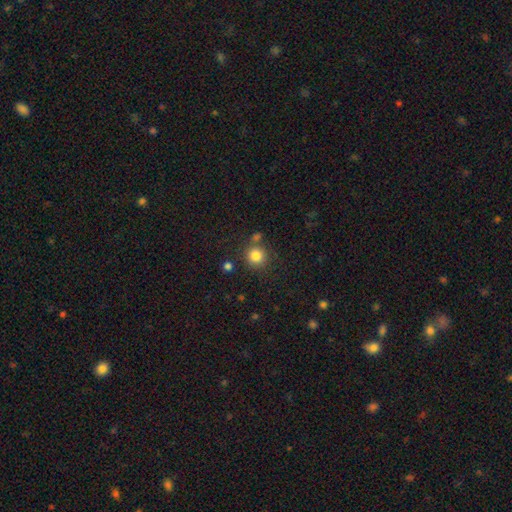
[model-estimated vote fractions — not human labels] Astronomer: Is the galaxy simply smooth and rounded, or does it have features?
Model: smooth — 83%.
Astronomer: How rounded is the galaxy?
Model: round — 93%.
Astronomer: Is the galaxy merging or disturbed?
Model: none — 77%.